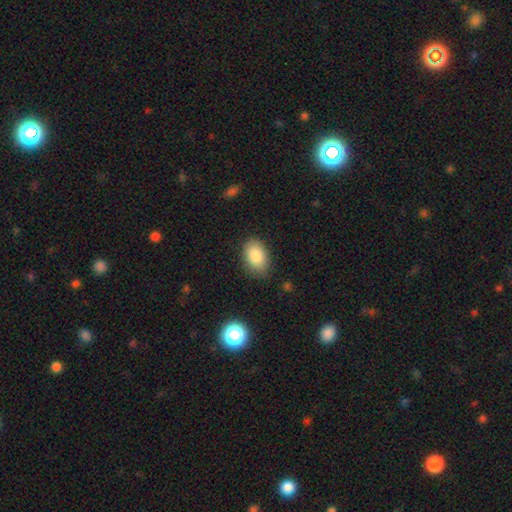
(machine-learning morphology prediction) smooth 86%, star or artifact 7%, featured or disk 6%. Down the decision tree: how rounded — in between (89%); merging — none (83%).